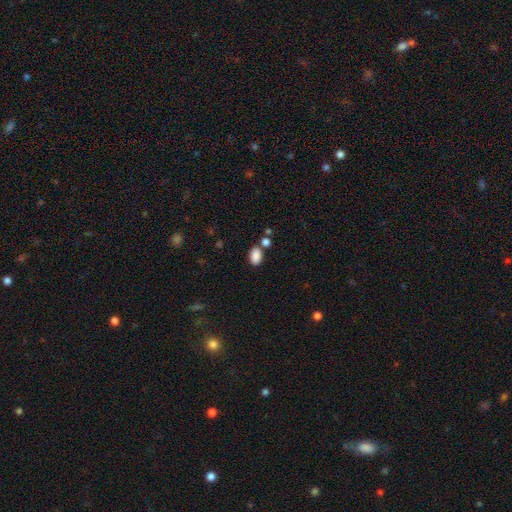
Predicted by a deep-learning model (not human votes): Morphology: type=smooth (88%); roundness=in between (89%); merging=none (69%).